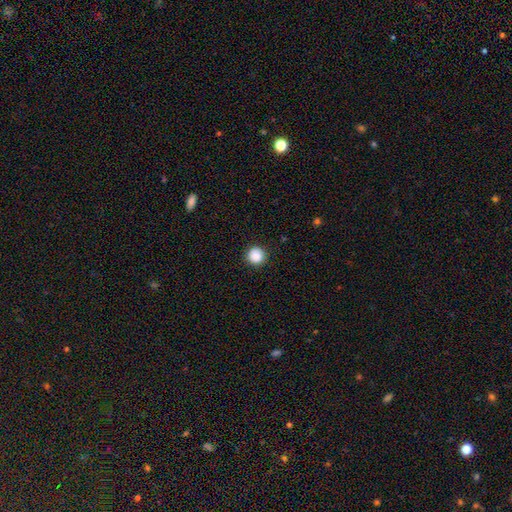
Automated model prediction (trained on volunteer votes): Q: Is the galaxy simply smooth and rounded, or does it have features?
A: smooth — 88%.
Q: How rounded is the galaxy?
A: round — 96%.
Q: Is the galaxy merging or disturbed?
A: none — 91%.